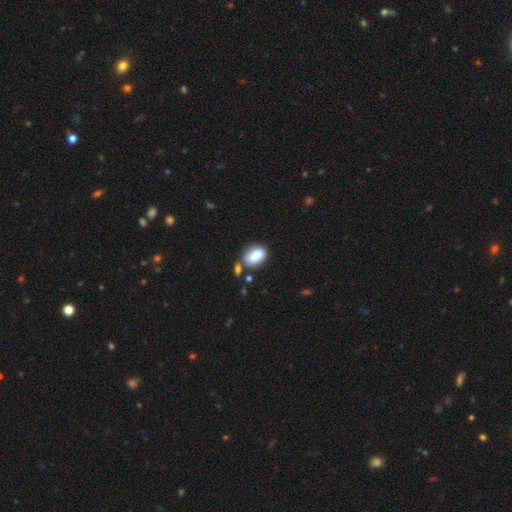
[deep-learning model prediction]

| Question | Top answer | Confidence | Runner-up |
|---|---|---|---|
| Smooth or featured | smooth | 82% | featured or disk (10%) |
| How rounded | in between | 86% | round (11%) |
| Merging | none | 54% | merger (20%) |